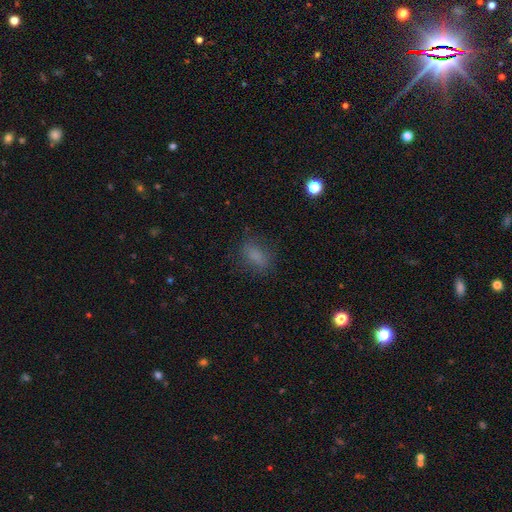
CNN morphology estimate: Smooth or featured?
  - smooth: 77% *
  - star or artifact: 13%
  - featured or disk: 10%
How rounded?
  - in between: 79% *
  - round: 14%
  - cigar-shaped: 7%
Merging?
  - none: 76% *
  - minor disturbance: 16%
  - major disturbance: 7%
  - merger: 1%